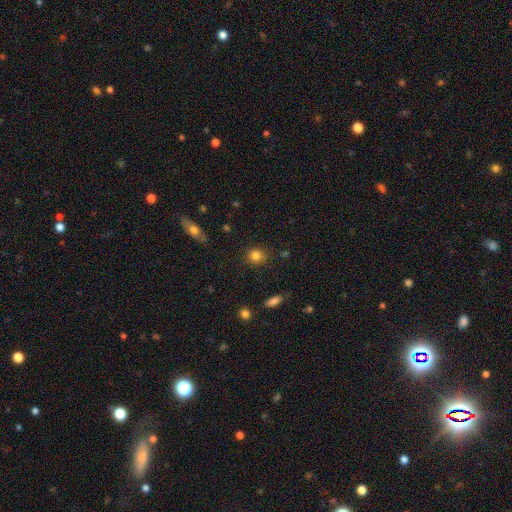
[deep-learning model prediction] Overall: smooth (83%). How rounded: round (84%). Merging: none (87%).